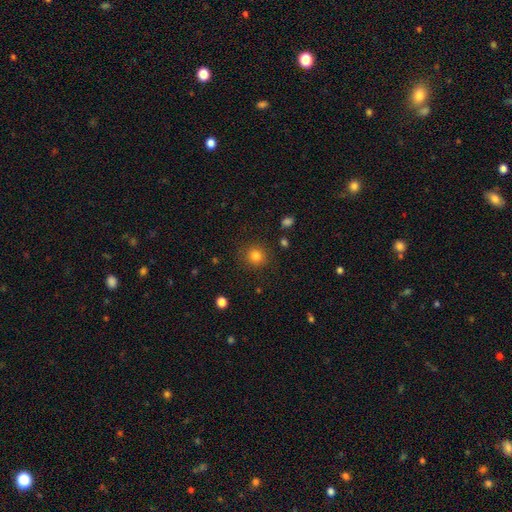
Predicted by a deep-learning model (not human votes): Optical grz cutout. It shows a smooth galaxy with no disk features (82%) that is round (91%). Merging: none (88%).